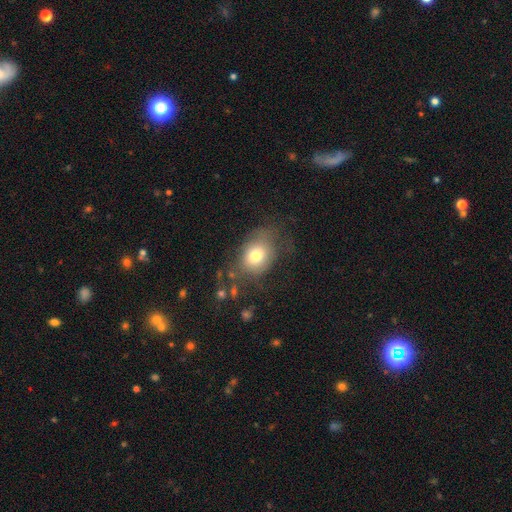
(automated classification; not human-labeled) smooth_or_featured: smooth (p=0.73) [alt: featured or disk p=0.16]
how_rounded: in between (p=0.56) [alt: round p=0.43]
merging: none (p=0.56) [alt: minor disturbance p=0.23]